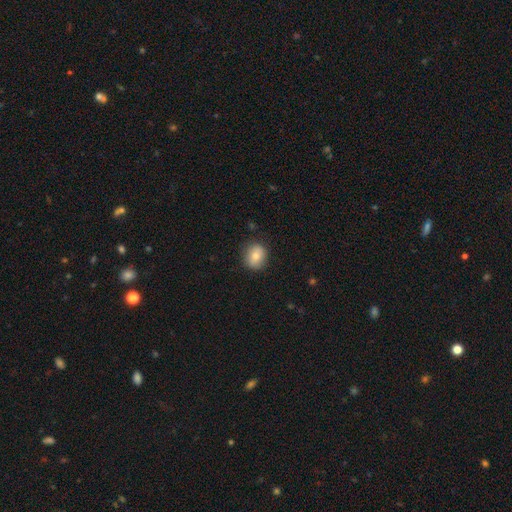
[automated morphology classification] smooth 75%, featured or disk 16%, star or artifact 9%. Down the decision tree: how rounded — round (69%); merging — none (84%).